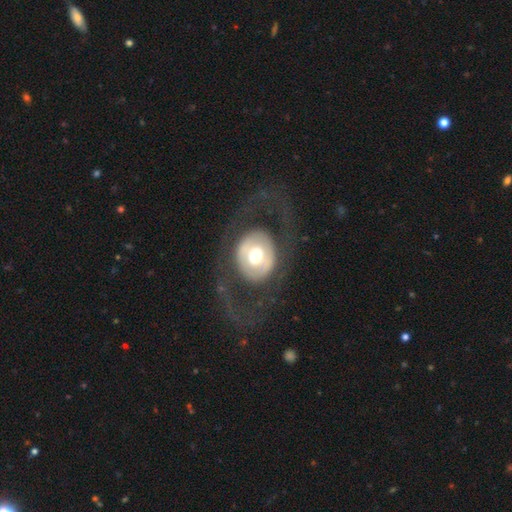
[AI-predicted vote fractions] Q: Smooth or featured?
A: featured or disk (55%); runner-up: smooth (38%)
Q: Edge-on disk?
A: no (94%); runner-up: yes (6%)
Q: Bar?
A: no (67%); runner-up: weak (21%)
Q: Spiral arms?
A: no (72%); runner-up: yes (28%)
Q: Bulge size?
A: moderate (56%); runner-up: large (32%)
Q: Merging?
A: none (65%); runner-up: major disturbance (22%)